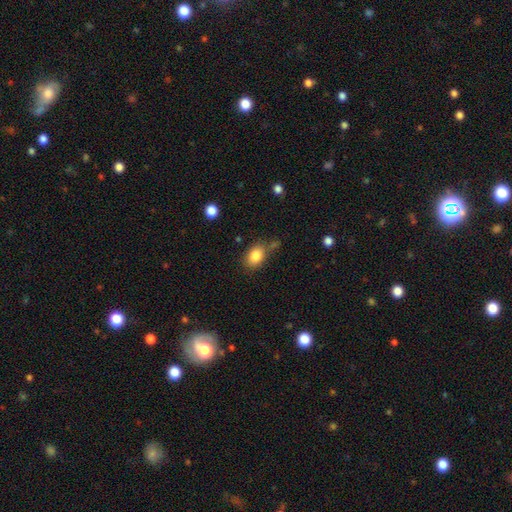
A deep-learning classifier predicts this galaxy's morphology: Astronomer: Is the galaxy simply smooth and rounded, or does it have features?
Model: smooth — 84%.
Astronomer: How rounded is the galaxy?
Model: in between — 75%.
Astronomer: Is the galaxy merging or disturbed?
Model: none — 70%.